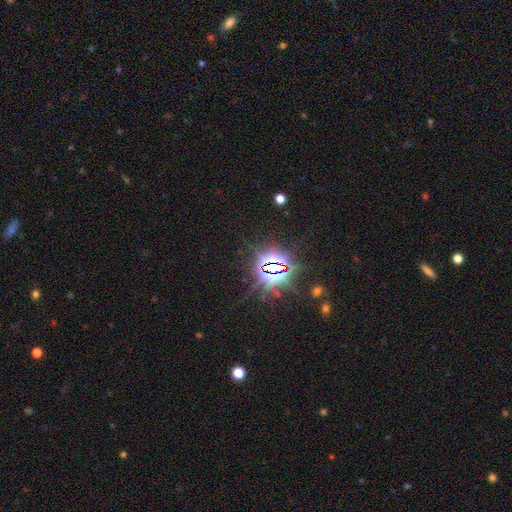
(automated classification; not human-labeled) A star or artifact, not a galaxy (85%).